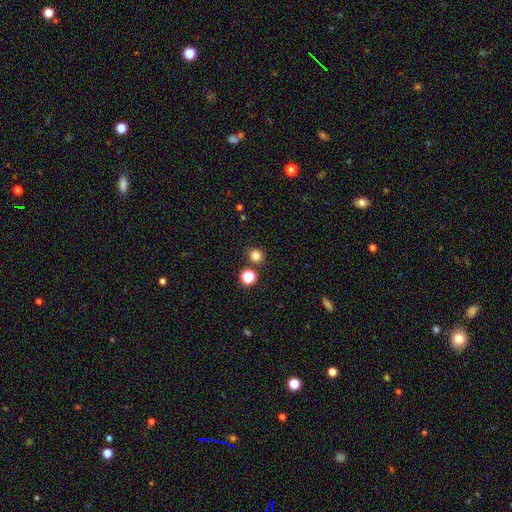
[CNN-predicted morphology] Smooth or featured? smooth (80%)
How rounded? round (90%)
Merging? none (85%)